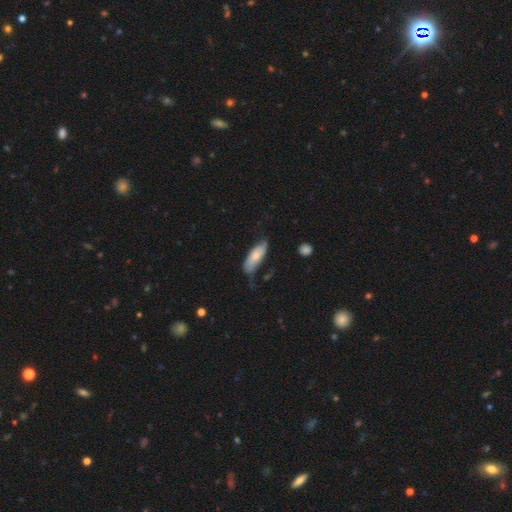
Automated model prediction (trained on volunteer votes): smooth 69%, featured or disk 26%, star or artifact 6%. Down the decision tree: how rounded — in between (70%); merging — none (52%).